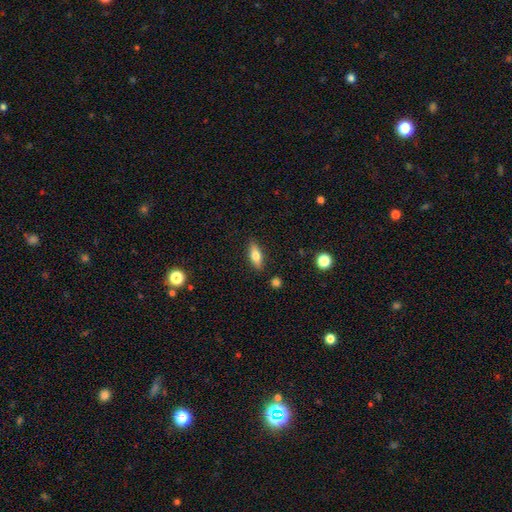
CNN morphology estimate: Smooth or featured? smooth (70%)
How rounded? in between (67%)
Merging? none (87%)